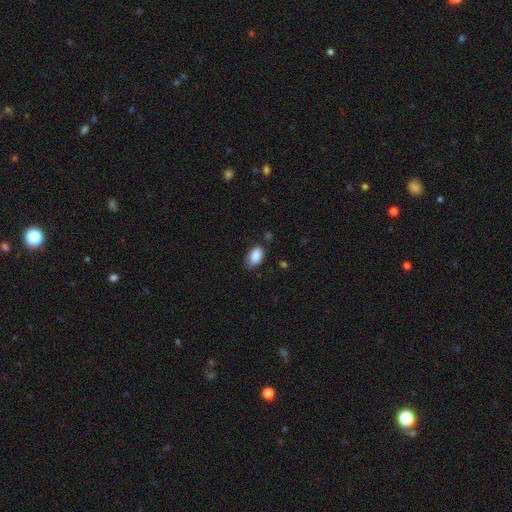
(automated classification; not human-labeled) Smooth or featured? Predicted: smooth (p=0.88). How rounded? Predicted: in between (p=0.90). Merging? Predicted: none (p=0.68).